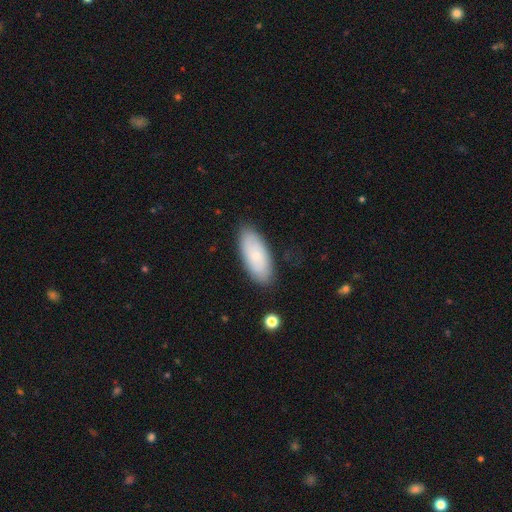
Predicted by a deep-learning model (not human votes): The model was most divided on "smooth or featured": smooth: 71%, featured or disk: 22%, star or artifact: 7%. More confident: how rounded — in between (86%); merging — none (83%).